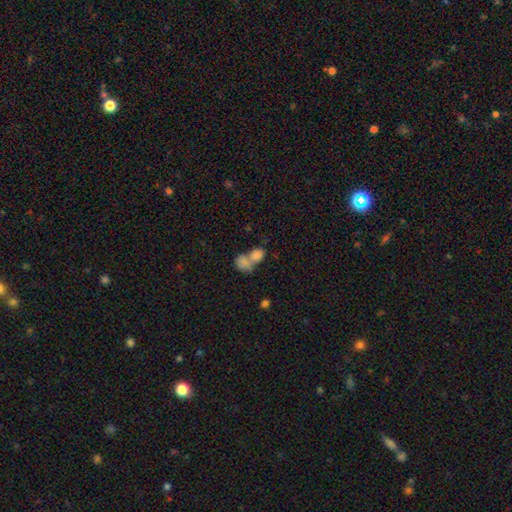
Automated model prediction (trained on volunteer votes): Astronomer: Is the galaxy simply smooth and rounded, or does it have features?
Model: smooth — 80%.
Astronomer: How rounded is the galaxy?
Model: in between — 61% (runner-up: round, 37%).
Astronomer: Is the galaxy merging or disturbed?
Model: merger — 71%.